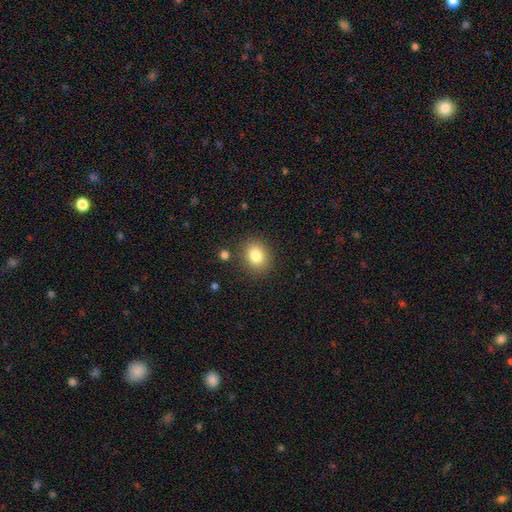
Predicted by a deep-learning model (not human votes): Overall: smooth (82%). How rounded: round (64%; in between 35%). Merging: none (86%).